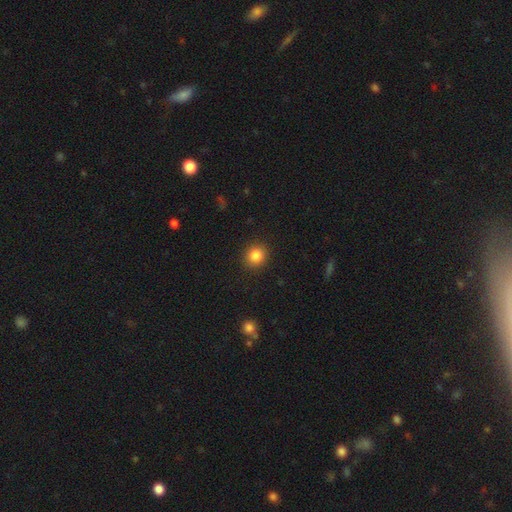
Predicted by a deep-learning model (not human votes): A smooth galaxy with no disk features (85%) that is round (90%). Merging: none (91%).